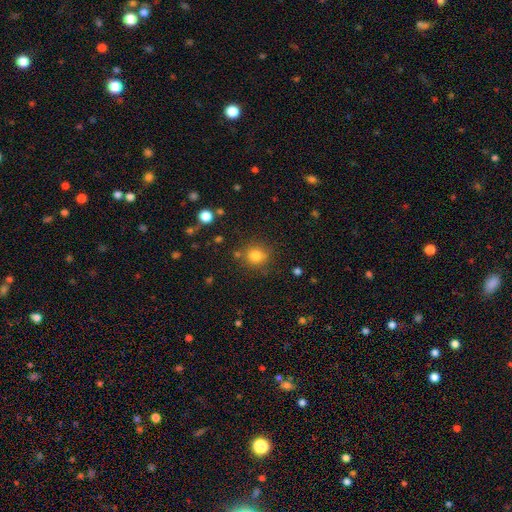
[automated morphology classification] A smooth galaxy with no disk features (81%) that is round (83%).

Vote fractions:
- Smooth or featured? smooth: 81% / star or artifact: 13% / featured or disk: 6%
- How rounded? round: 83% / in between: 16% / cigar-shaped: 1%
- Merging? none: 80% / minor disturbance: 12% / merger: 5% / major disturbance: 4%